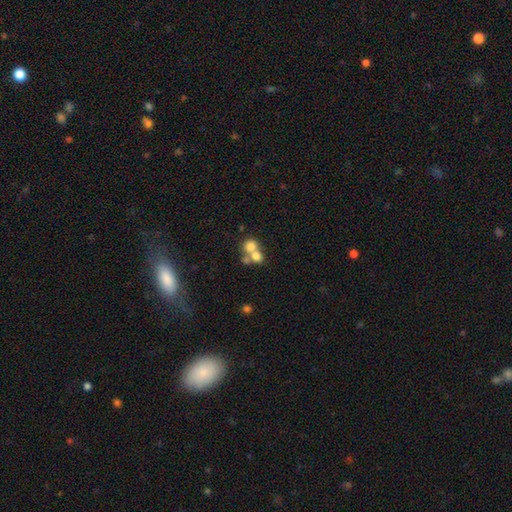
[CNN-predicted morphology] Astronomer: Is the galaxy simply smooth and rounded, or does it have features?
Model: smooth — 69%.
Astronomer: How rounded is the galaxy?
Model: round — 75%.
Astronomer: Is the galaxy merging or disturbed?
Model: merger — 62%.